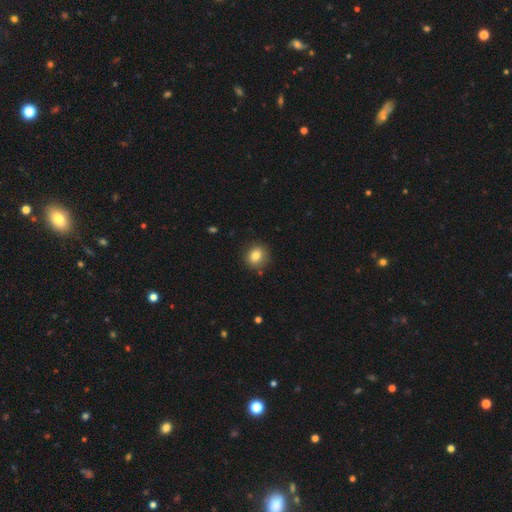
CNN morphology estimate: This is clearly a smooth galaxy (82%). How rounded: likely round (77%). Merging: clearly none (85%).